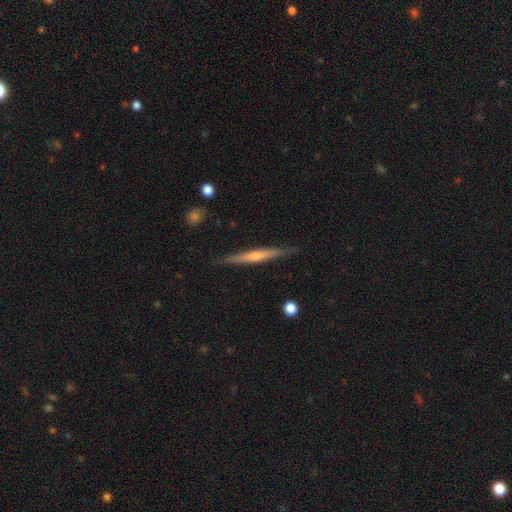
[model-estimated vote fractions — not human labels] Q: Smooth or featured?
A: featured or disk (62%); runner-up: smooth (32%)
Q: Edge-on disk?
A: yes (97%); runner-up: no (3%)
Q: Edge-on bulge?
A: rounded (53%); runner-up: none (40%)
Q: Merging?
A: none (87%); runner-up: minor disturbance (10%)